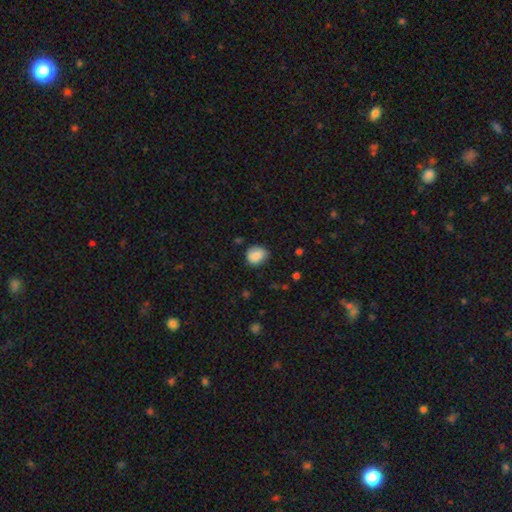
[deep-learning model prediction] A smooth galaxy with no disk features (86%) that is round (65%).

Vote fractions:
- Smooth or featured? smooth: 86% / star or artifact: 8% / featured or disk: 6%
- How rounded? round: 65% / in between: 34% / cigar-shaped: 1%
- Merging? none: 74% / minor disturbance: 20% / major disturbance: 4% / merger: 2%